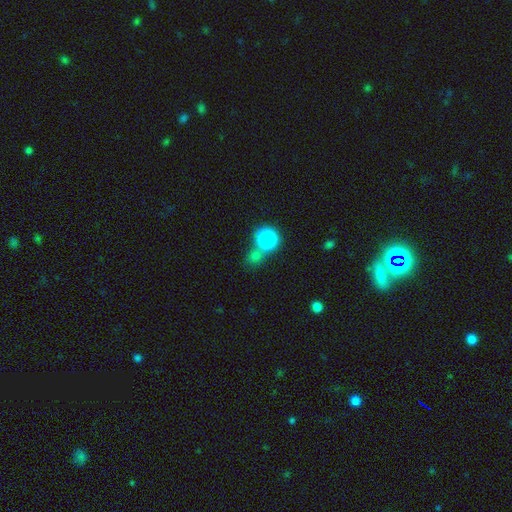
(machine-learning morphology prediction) The model was most divided on "merging": none: 55%, merger: 29%, minor disturbance: 10%, major disturbance: 6%. More confident: how rounded — round (78%); smooth or featured — smooth (65%).